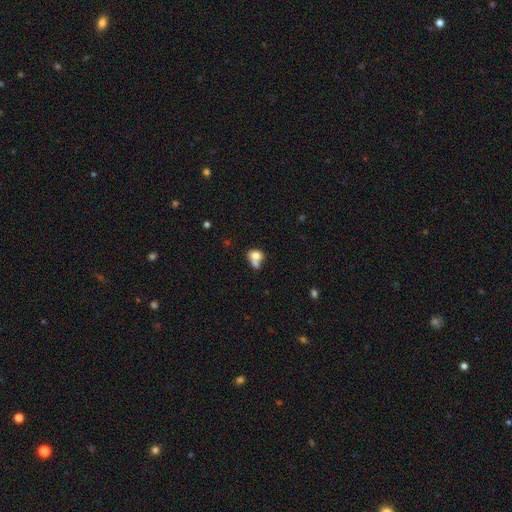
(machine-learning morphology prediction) Smooth or featured?
  - smooth: 73% *
  - featured or disk: 17%
  - star or artifact: 10%
How rounded?
  - in between: 50% *
  - round: 48%
  - cigar-shaped: 2%
Merging?
  - merger: 52% *
  - none: 26%
  - minor disturbance: 13%
  - major disturbance: 9%